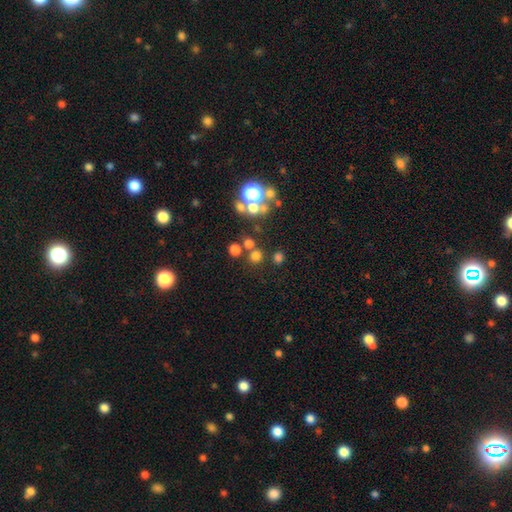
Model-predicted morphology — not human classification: Overall: smooth (66%). How rounded: round (90%). Merging: none (69%).